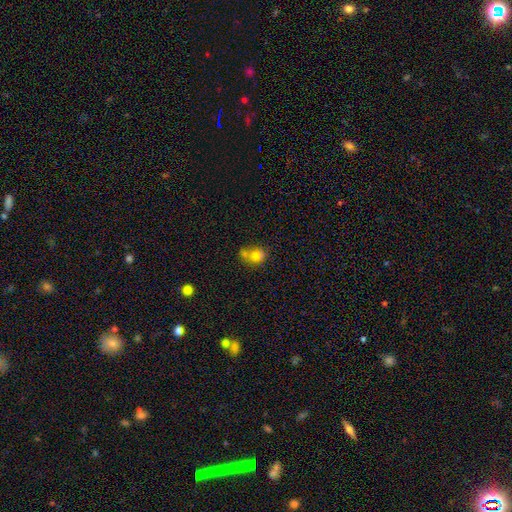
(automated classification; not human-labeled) Smooth or featured? smooth (63%)
How rounded? round (54%)
Merging? merger (45%)